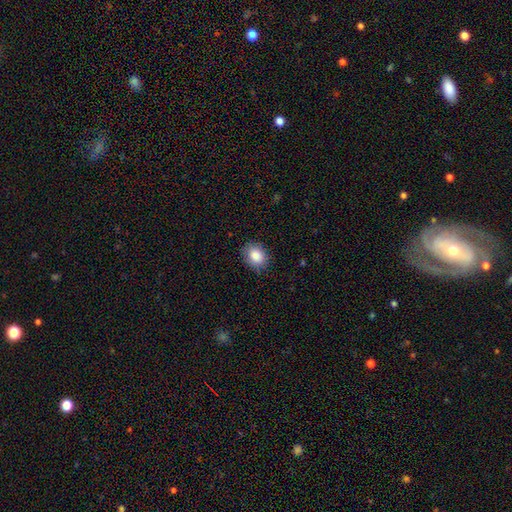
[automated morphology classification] A smooth galaxy with no disk features (86%) that is in between round and cigar-shaped (56%).

Vote fractions:
- Smooth or featured? smooth: 86% / star or artifact: 8% / featured or disk: 6%
- How rounded? in between: 56% / round: 43% / cigar-shaped: 1%
- Merging? none: 83% / minor disturbance: 13% / major disturbance: 3% / merger: 1%